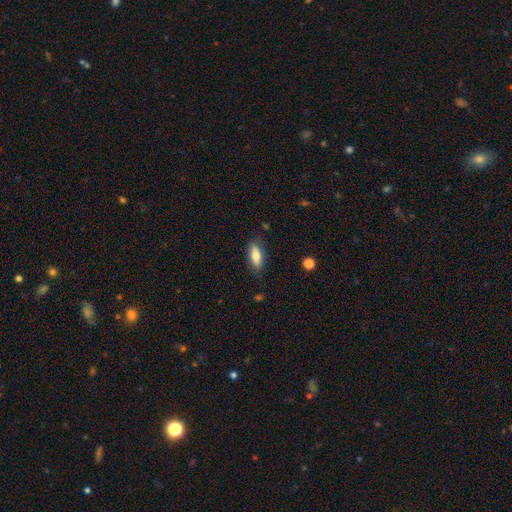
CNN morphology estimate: A smooth galaxy with no disk features (73%) that is in between round and cigar-shaped (76%). Merging: none (81%).